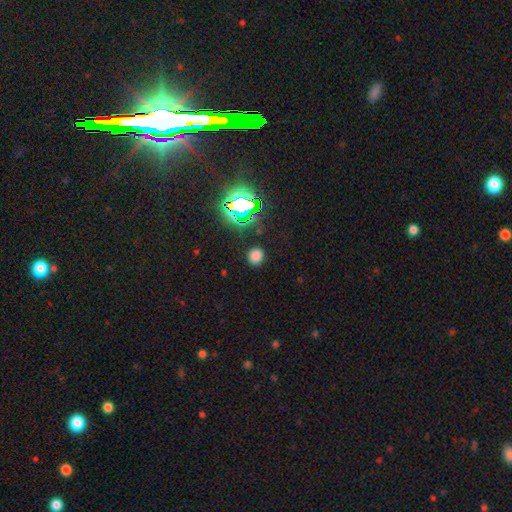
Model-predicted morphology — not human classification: smooth_or_featured: smooth (p=0.71) [alt: star or artifact p=0.23]
how_rounded: round (p=0.87) [alt: in between p=0.12]
merging: none (p=0.89) [alt: minor disturbance p=0.07]